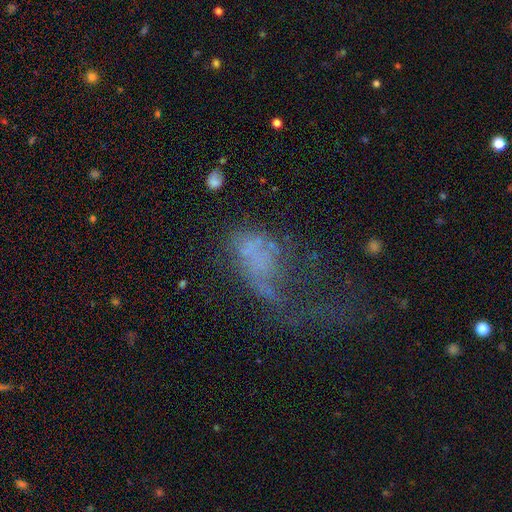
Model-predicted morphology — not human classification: This is marginally a featured or disk galaxy (44%). Merging: likely major disturbance (63%).